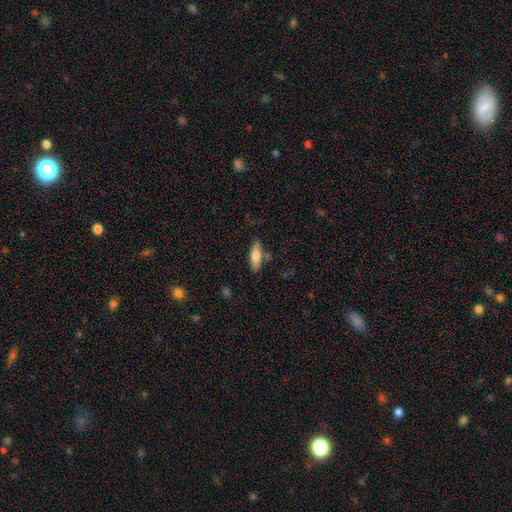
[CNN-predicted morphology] smooth-or-featured: smooth: 65% | featured or disk: 29% | star or artifact: 6%
  how-rounded: cigar-shaped: 51% | in between: 46% | round: 2%
  merging: none: 76% | minor disturbance: 15% | merger: 6% | major disturbance: 3%